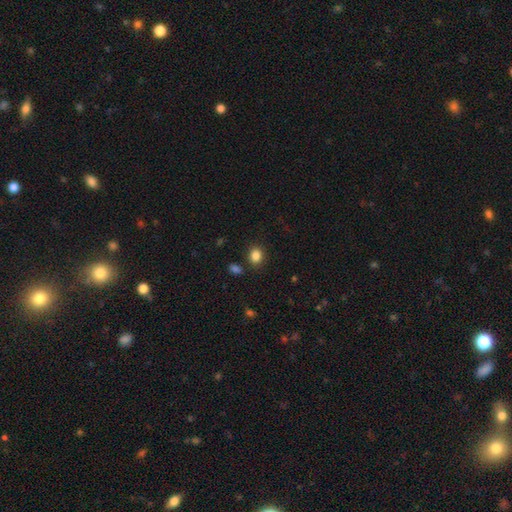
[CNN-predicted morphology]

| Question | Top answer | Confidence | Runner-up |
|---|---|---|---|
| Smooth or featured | smooth | 86% | star or artifact (11%) |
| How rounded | round | 51% | in between (48%) |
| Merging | none | 83% | minor disturbance (10%) |